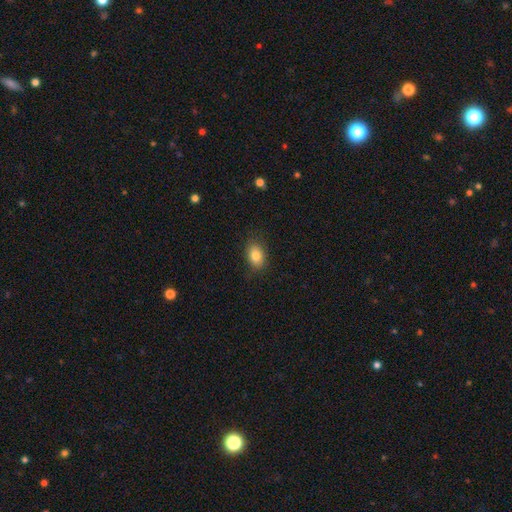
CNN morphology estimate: smooth_or_featured: smooth (p=0.82) [alt: star or artifact p=0.09]
how_rounded: in between (p=0.83) [alt: round p=0.15]
merging: none (p=0.84) [alt: minor disturbance p=0.12]